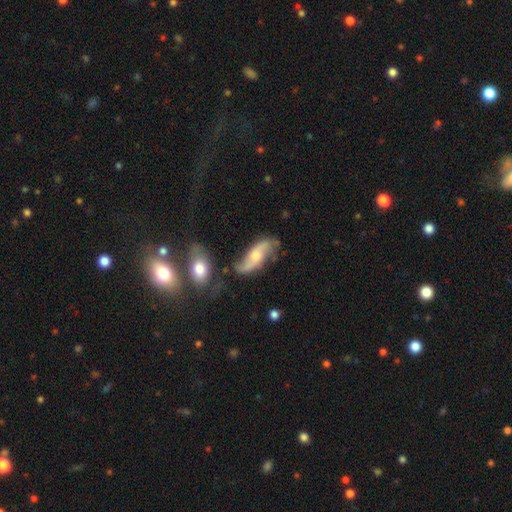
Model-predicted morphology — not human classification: This is likely a featured or disk galaxy (72%). It is clearly not viewed edge-on (88%). Bar: possibly no (58%). Spiral arm pattern: clearly yes (91%). Spiral arm count: clearly 2 (91%). Spiral winding: likely loose (78%). Central bulge: possibly moderate (52%). Merging: likely none (64%).